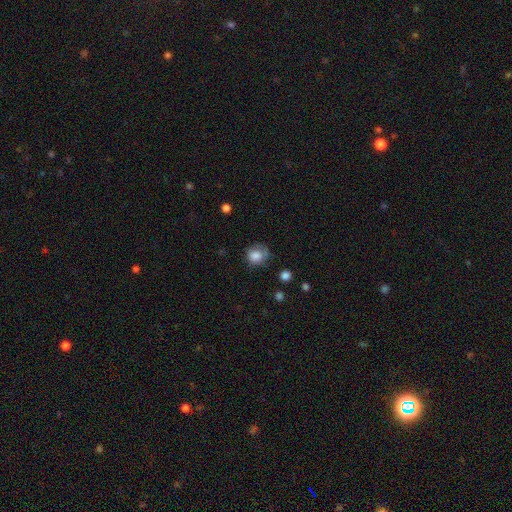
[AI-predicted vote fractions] Overall: smooth (79%). How rounded: round (76%). Merging: none (54%; minor disturbance 28%).